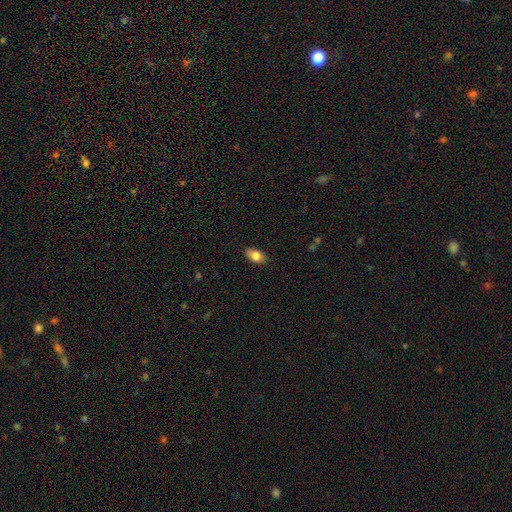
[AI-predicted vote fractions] This appears to be a smooth galaxy with no disk features (82%) that is in between round and cigar-shaped (90%). Merging: none (85%).